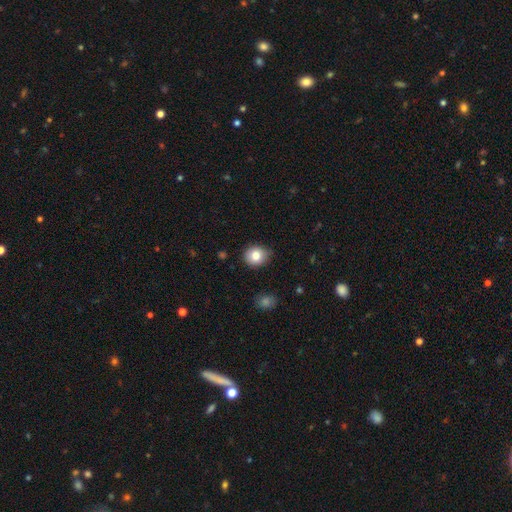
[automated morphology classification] Smooth or featured?
  - smooth: 82% *
  - star or artifact: 9%
  - featured or disk: 8%
How rounded?
  - round: 69% *
  - in between: 30%
  - cigar-shaped: 1%
Merging?
  - none: 82% *
  - minor disturbance: 14%
  - major disturbance: 2%
  - merger: 1%